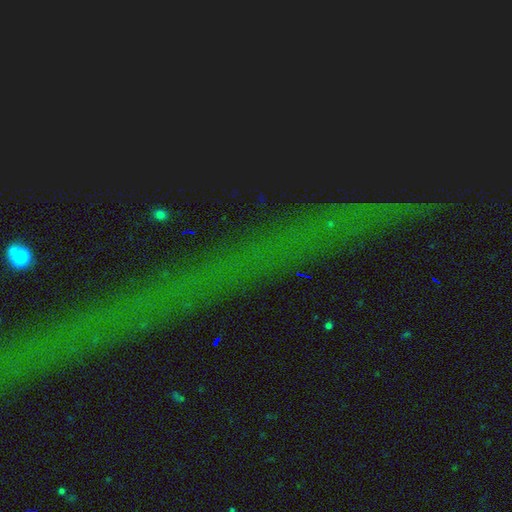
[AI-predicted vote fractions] This is clearly a star or artifact rather than a galaxy (82%).